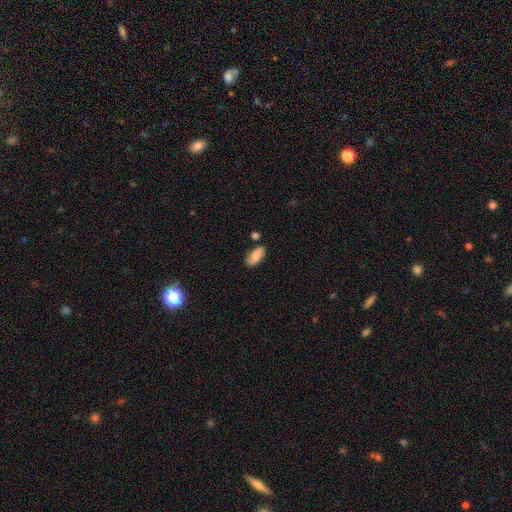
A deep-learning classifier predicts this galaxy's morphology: smooth-or-featured: smooth: 66% | featured or disk: 26% | star or artifact: 8%
  how-rounded: in between: 91% | cigar-shaped: 5% | round: 4%
  merging: none: 71% | minor disturbance: 19% | merger: 6% | major disturbance: 4%